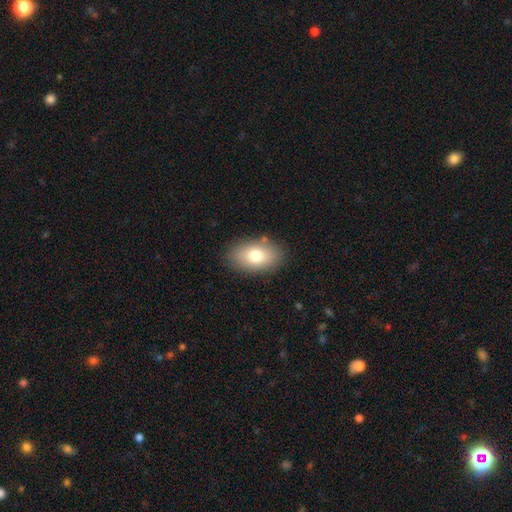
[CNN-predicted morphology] Smooth or featured? smooth (75%)
How rounded? in between (89%)
Merging? none (84%)